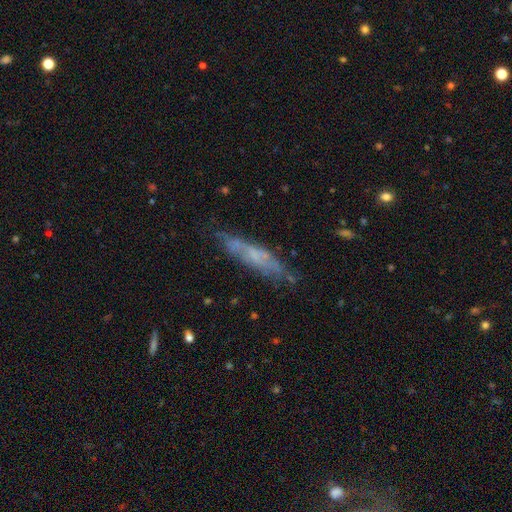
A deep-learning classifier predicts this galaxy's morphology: Q: Smooth or featured?
A: featured or disk (52%); runner-up: smooth (39%)
Q: Edge-on disk?
A: yes (56%); runner-up: no (44%)
Q: Merging?
A: none (69%); runner-up: minor disturbance (21%)